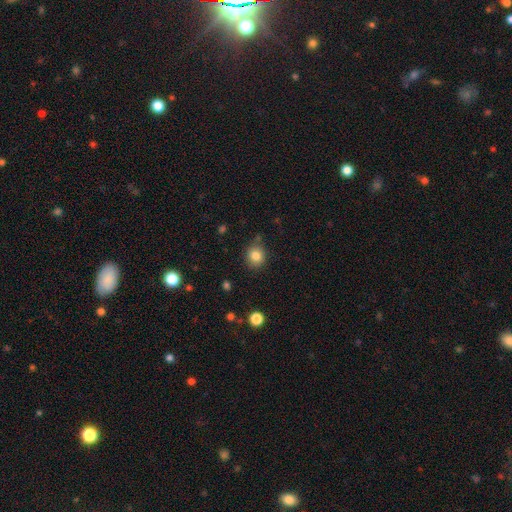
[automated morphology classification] This is clearly a smooth galaxy (83%). How rounded: likely round (75%). Merging: likely none (78%).